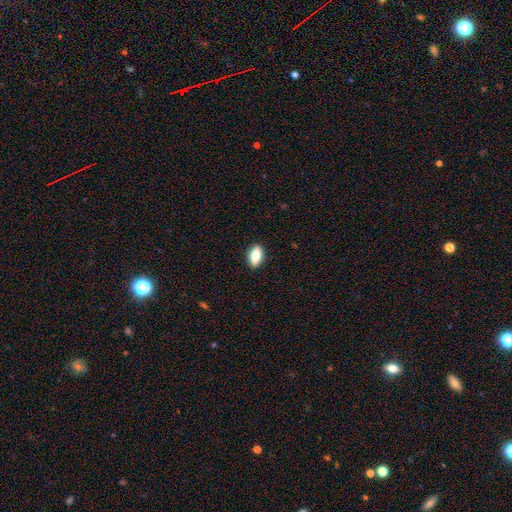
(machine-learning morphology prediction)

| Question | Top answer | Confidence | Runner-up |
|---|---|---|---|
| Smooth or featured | smooth | 73% | featured or disk (19%) |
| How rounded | in between | 85% | cigar-shaped (9%) |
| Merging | none | 89% | minor disturbance (9%) |